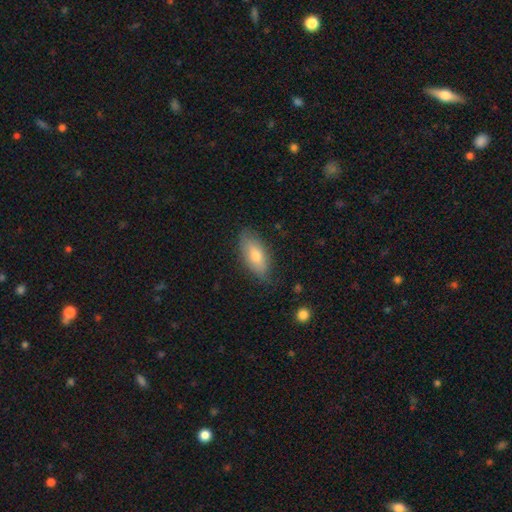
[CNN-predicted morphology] Q: Smooth or featured?
A: smooth (70%); runner-up: featured or disk (23%)
Q: How rounded?
A: in between (82%); runner-up: cigar-shaped (15%)
Q: Merging?
A: none (78%); runner-up: minor disturbance (18%)